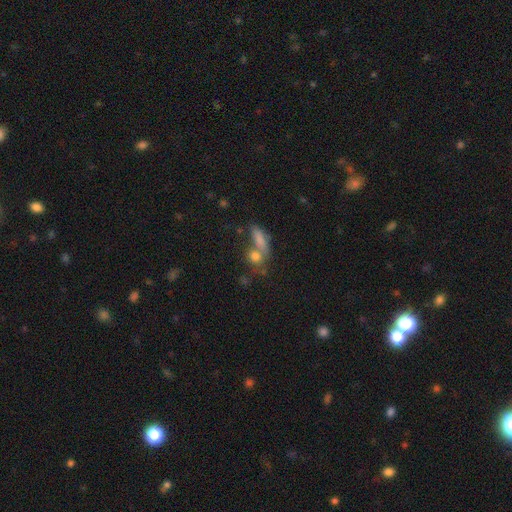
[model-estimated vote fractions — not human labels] smooth-or-featured: smooth: 46% | star or artifact: 29% | featured or disk: 25%
  merging: merger: 47% | none: 32% | major disturbance: 10% | minor disturbance: 10%